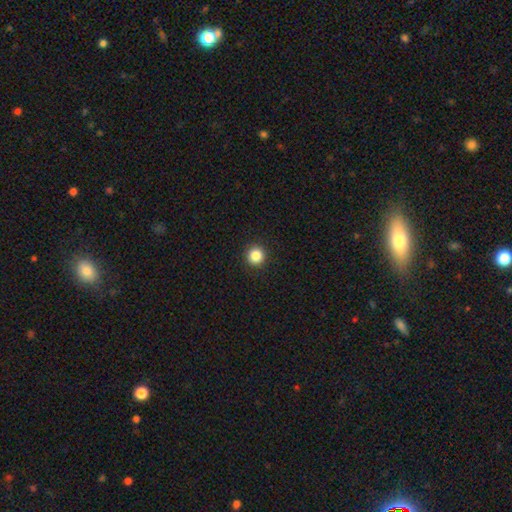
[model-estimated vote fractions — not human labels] A smooth galaxy with no disk features (85%) that is round (95%). Merging: none (93%).